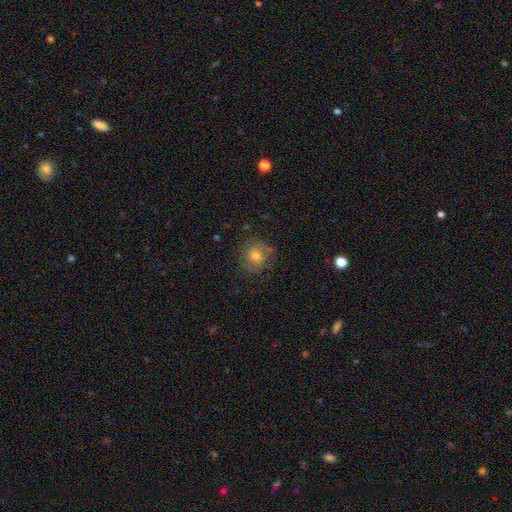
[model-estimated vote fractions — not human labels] smooth 58%, featured or disk 29%, star or artifact 13%. Down the decision tree: how rounded — round (81%); merging — none (75%).